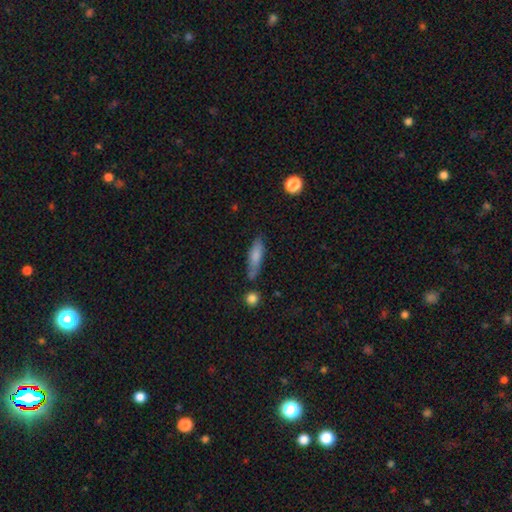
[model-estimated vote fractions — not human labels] smooth_or_featured: smooth (p=0.77) [alt: featured or disk p=0.16]
how_rounded: cigar-shaped (p=0.60) [alt: in between p=0.37]
merging: none (p=0.68) [alt: minor disturbance p=0.21]